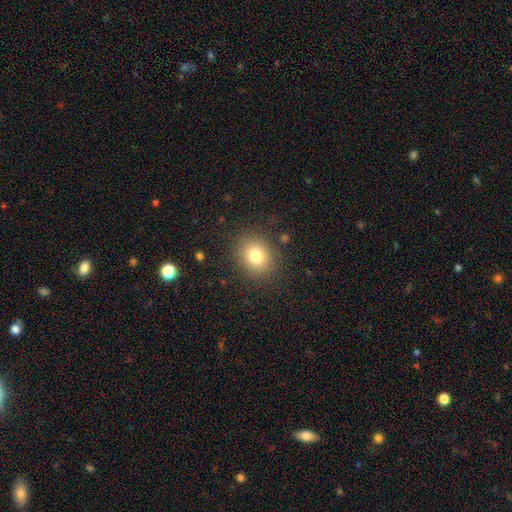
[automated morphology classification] Smooth or featured? smooth (78%)
How rounded? round (67%)
Merging? none (86%)